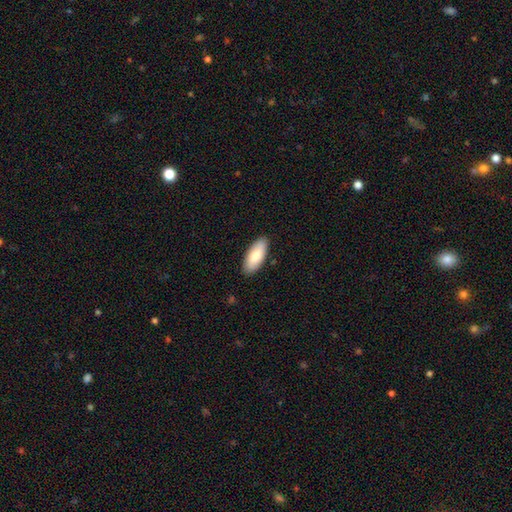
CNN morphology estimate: smooth_or_featured: smooth (p=0.78) [alt: featured or disk p=0.17]
how_rounded: in between (p=0.85) [alt: cigar-shaped p=0.14]
merging: none (p=0.88) [alt: minor disturbance p=0.09]